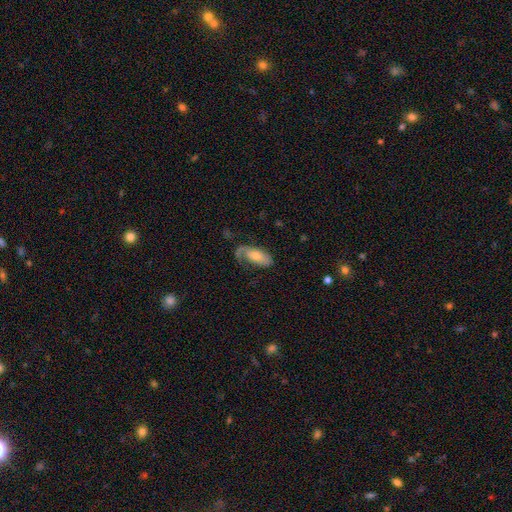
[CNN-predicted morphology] A featured or disk galaxy (54%).

Vote fractions:
- Smooth or featured? featured or disk: 54% / smooth: 39% / star or artifact: 7%
- Edge-on disk? no: 89% / yes: 11%
- Merging? none: 49% / major disturbance: 24% / minor disturbance: 24% / merger: 3%